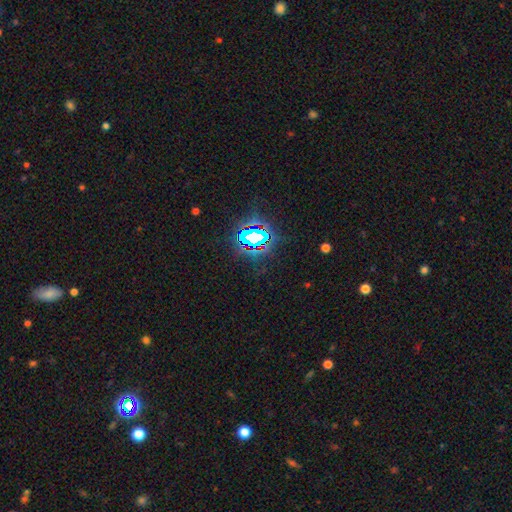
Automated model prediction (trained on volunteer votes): Smooth or featured: star or artifact — 82% (smooth — 11%)